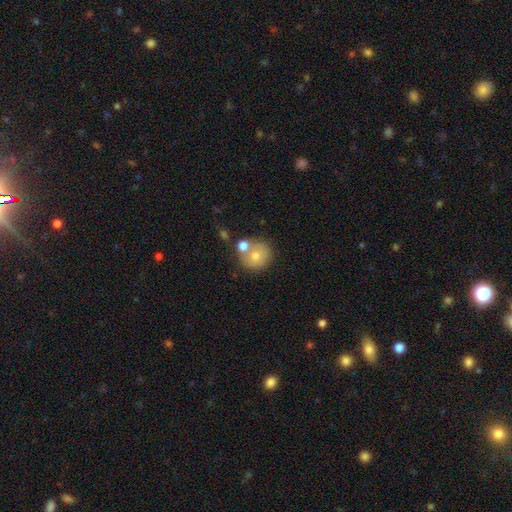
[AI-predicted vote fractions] Smooth or featured: smooth — 67% (featured or disk — 24%)
How rounded: round — 87% (in between — 12%)
Merging: none — 50% (merger — 32%)